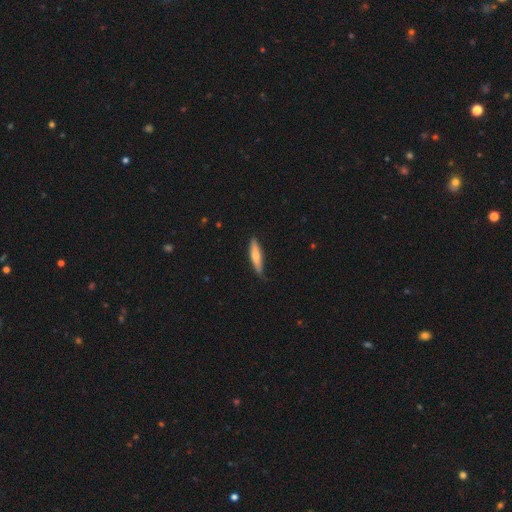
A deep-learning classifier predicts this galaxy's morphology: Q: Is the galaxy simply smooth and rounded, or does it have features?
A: smooth — 62%.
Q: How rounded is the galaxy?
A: cigar-shaped — 83%.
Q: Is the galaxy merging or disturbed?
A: none — 81%.